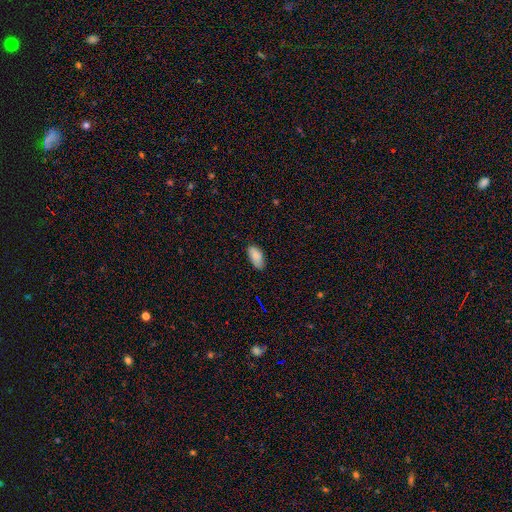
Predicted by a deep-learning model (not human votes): smooth-or-featured: smooth: 86% | star or artifact: 8% | featured or disk: 7%
  how-rounded: in between: 92% | cigar-shaped: 5% | round: 2%
  merging: none: 74% | minor disturbance: 22% | major disturbance: 3% | merger: 1%